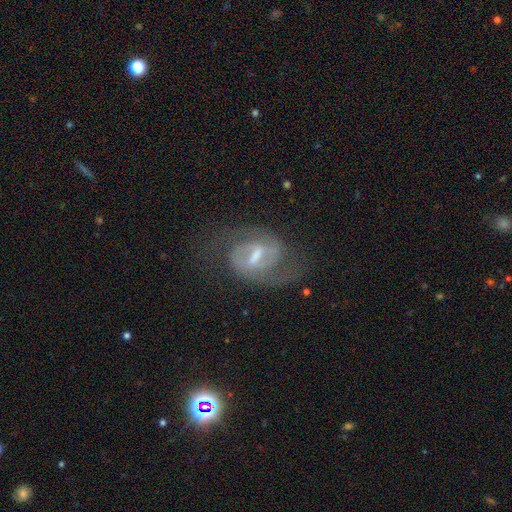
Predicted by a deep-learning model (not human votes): A featured or disk galaxy (85%) with a weak bar (47%), 2 (85%) medium (54%) spiral arms (94%) and a moderate central bulge (40%). Merging: none (68%).